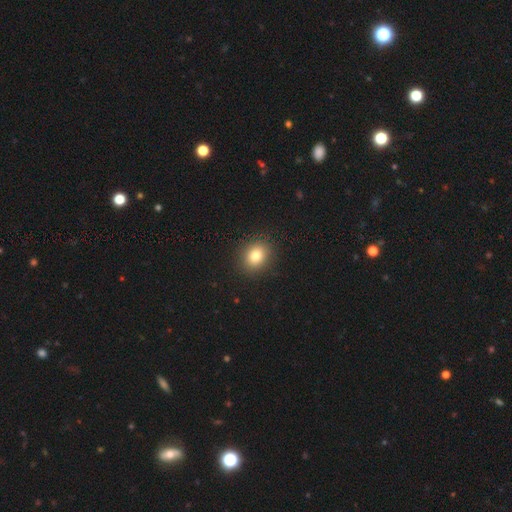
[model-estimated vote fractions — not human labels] Smooth or featured? smooth (81%)
How rounded? round (67%)
Merging? none (90%)